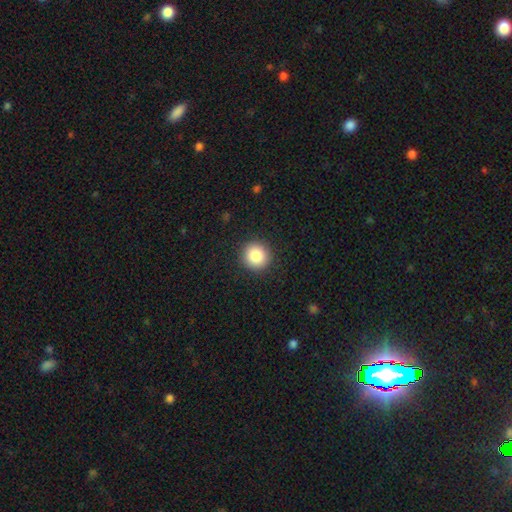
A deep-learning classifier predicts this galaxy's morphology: type=smooth (85%); roundness=round (92%); merging=none (92%).